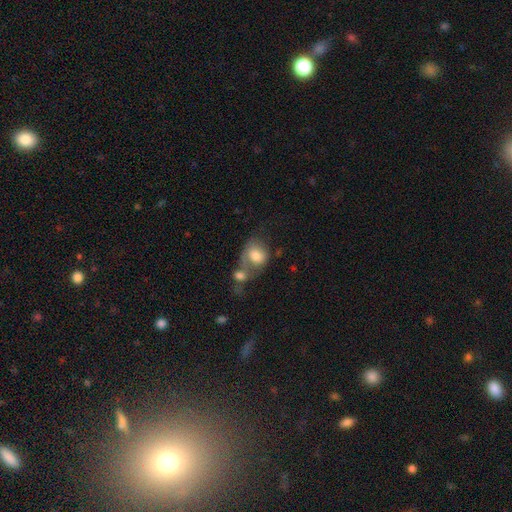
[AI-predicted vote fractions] This appears to be a smooth galaxy with no disk features (74%) that is round (53%). Merging: merger (55%).